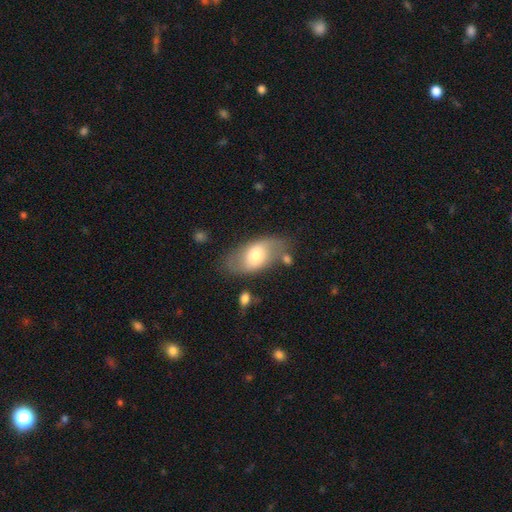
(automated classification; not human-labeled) Q: Smooth or featured?
A: smooth (57%); runner-up: featured or disk (37%)
Q: How rounded?
A: in between (92%); runner-up: round (5%)
Q: Merging?
A: none (66%); runner-up: minor disturbance (20%)